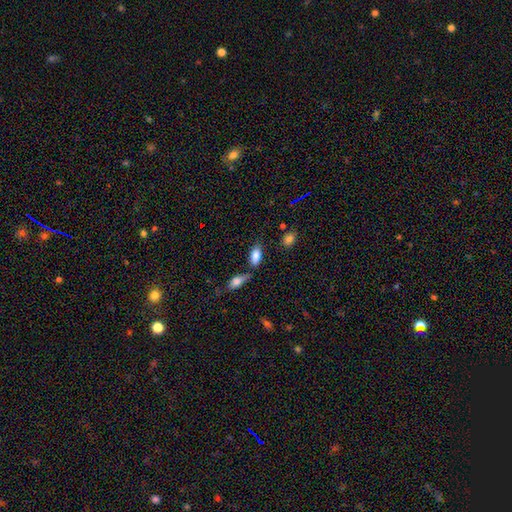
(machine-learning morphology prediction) Smooth or featured? Predicted: smooth (p=0.80). How rounded? Predicted: in between (p=0.89). Merging? Predicted: none (p=0.64).